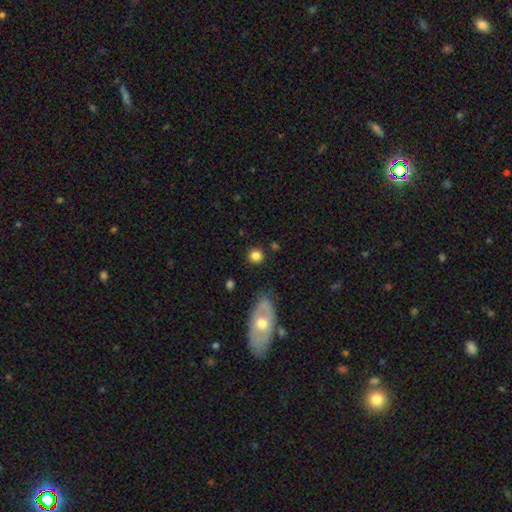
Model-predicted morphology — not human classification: The model was most divided on "smooth or featured": smooth: 82%, star or artifact: 10%, featured or disk: 8%. More confident: how rounded — round (90%); merging — none (86%).